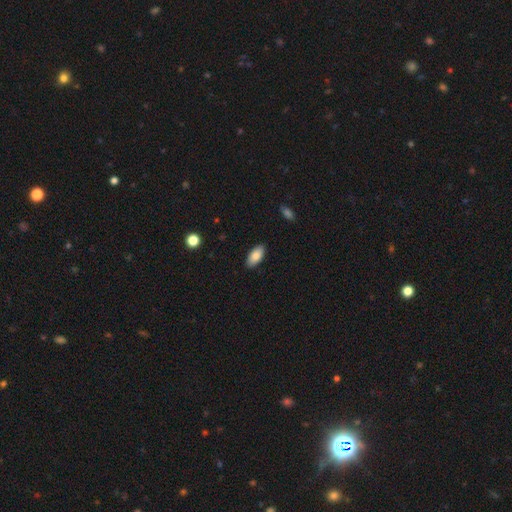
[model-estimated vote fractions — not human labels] Q: Smooth or featured?
A: smooth (84%); runner-up: featured or disk (9%)
Q: How rounded?
A: in between (92%); runner-up: cigar-shaped (6%)
Q: Merging?
A: none (89%); runner-up: minor disturbance (8%)